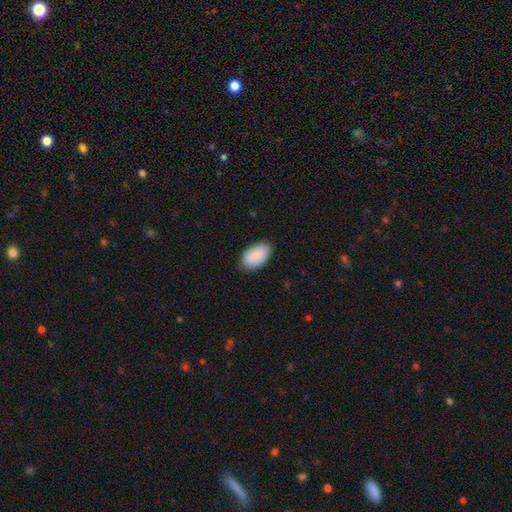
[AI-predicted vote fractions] A smooth galaxy with no disk features (90%) that is in between round and cigar-shaped (95%).

Vote fractions:
- Smooth or featured? smooth: 90% / star or artifact: 6% / featured or disk: 4%
- How rounded? in between: 95% / round: 4% / cigar-shaped: 1%
- Merging? none: 83% / minor disturbance: 13% / major disturbance: 2% / merger: 1%